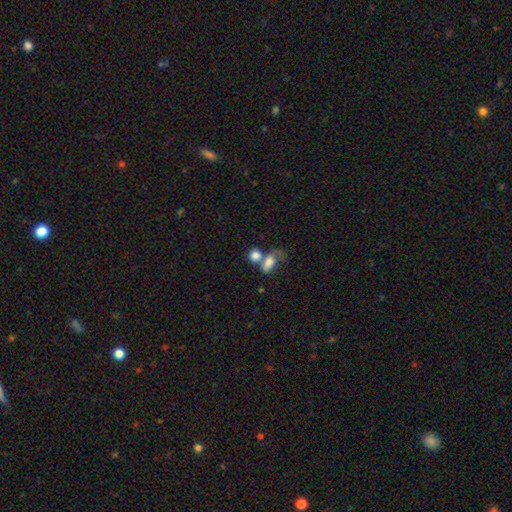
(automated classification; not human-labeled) Smooth or featured? Predicted: smooth (p=0.79). How rounded? Predicted: in between (p=0.49). Merging? Predicted: merger (p=0.51).